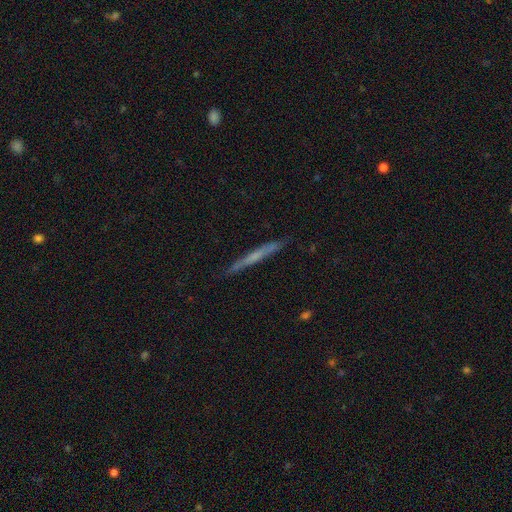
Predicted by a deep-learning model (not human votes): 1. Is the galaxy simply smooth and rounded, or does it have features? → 52% featured or disk, 41% smooth, 7% star or artifact.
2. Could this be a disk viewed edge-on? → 96% yes, 4% no.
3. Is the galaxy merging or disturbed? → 87% none, 10% minor disturbance, 2% major disturbance, 1% merger.